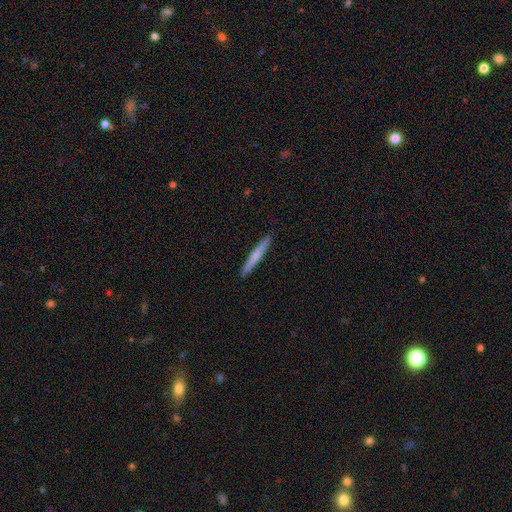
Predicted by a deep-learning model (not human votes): smooth-or-featured: smooth: 64% | featured or disk: 31% | star or artifact: 5%
  how-rounded: cigar-shaped: 96% | in between: 2% | round: 1%
  merging: none: 93% | minor disturbance: 5% | major disturbance: 1% | merger: 1%